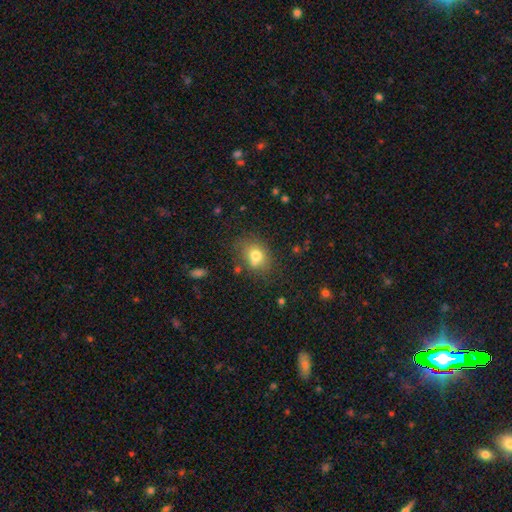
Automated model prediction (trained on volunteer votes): A smooth galaxy with no disk features (74%) that is in between round and cigar-shaped (51%).

Vote fractions:
- Smooth or featured? smooth: 74% / featured or disk: 14% / star or artifact: 12%
- How rounded? in between: 51% / round: 48% / cigar-shaped: 1%
- Merging? none: 59% / minor disturbance: 18% / merger: 16% / major disturbance: 6%